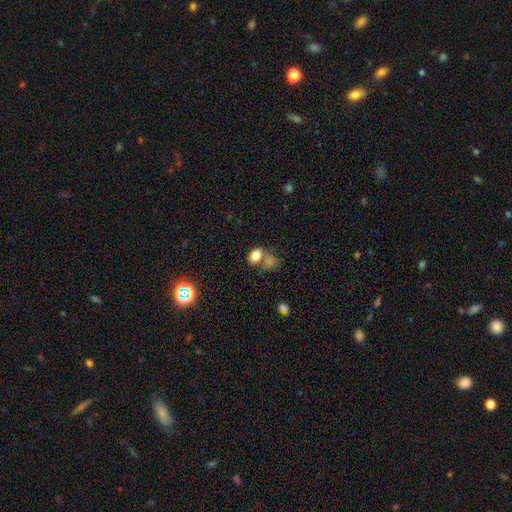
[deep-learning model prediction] Smooth or featured: smooth — 79% (star or artifact — 12%)
How rounded: in between — 83% (round — 16%)
Merging: merger — 44% (none — 37%)